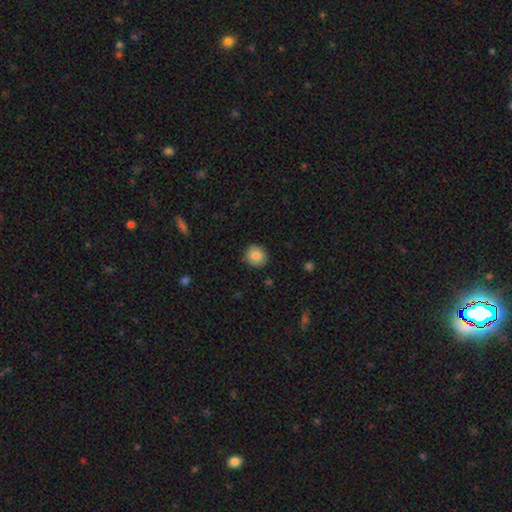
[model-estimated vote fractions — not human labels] A smooth galaxy with no disk features (86%) that is round (87%). Merging: none (88%).